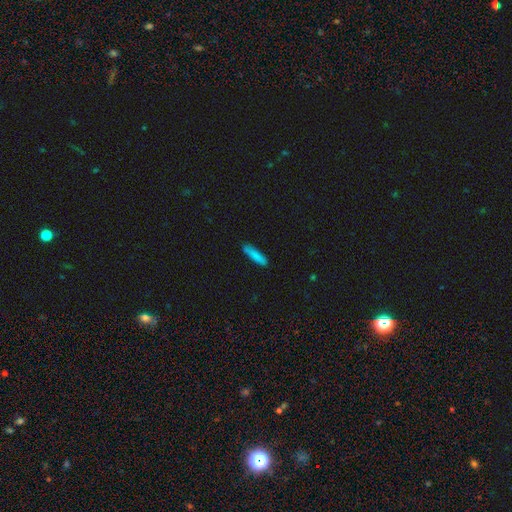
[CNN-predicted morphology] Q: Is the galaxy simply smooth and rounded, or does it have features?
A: smooth — 86%.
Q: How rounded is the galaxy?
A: cigar-shaped — 80%.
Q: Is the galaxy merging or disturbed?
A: none — 85%.